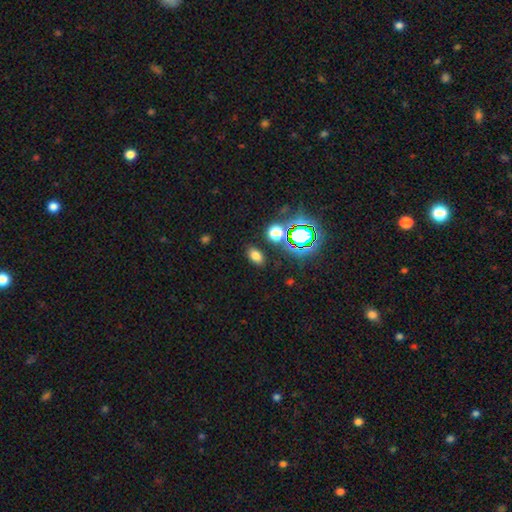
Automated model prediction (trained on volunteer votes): Overall: smooth (72%). How rounded: in between (85%). Merging: none (86%).